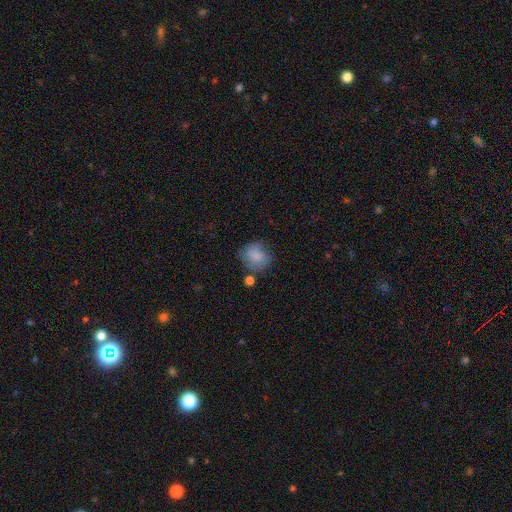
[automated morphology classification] This appears to be a smooth galaxy with no disk features (81%) that is round (74%). Merging: none (60%).